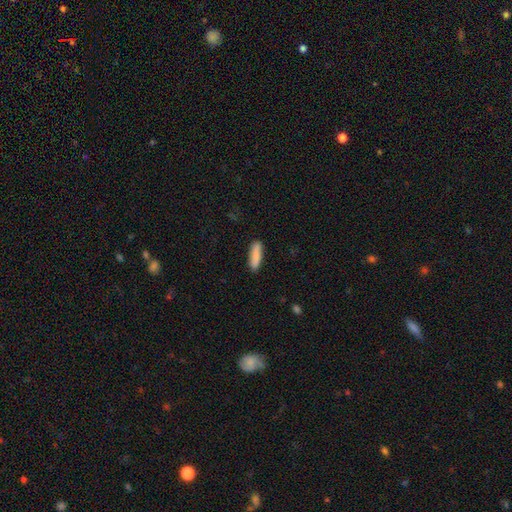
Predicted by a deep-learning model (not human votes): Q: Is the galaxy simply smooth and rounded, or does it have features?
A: smooth — 85%.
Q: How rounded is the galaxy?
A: cigar-shaped — 66%.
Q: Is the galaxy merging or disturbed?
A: none — 87%.